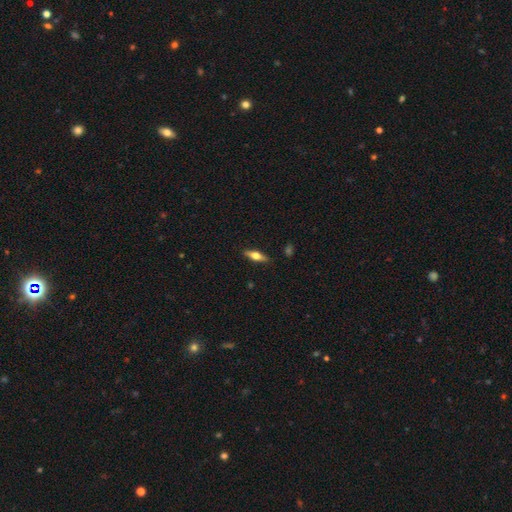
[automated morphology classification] smooth_or_featured: smooth (p=0.48) [alt: featured or disk p=0.46]
merging: none (p=0.88) [alt: minor disturbance p=0.08]